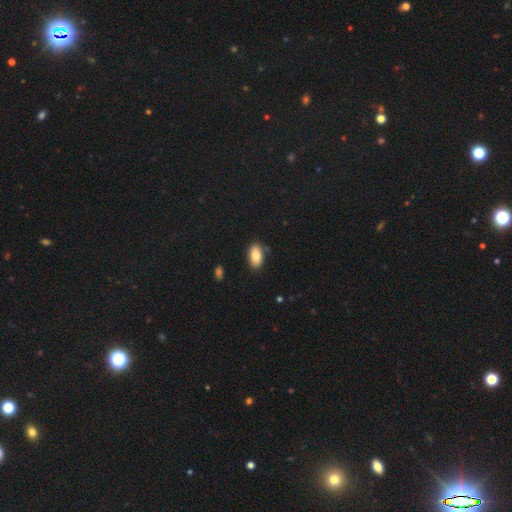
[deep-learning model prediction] This is clearly a smooth galaxy (85%). How rounded: clearly in between (93%). Merging: clearly none (83%).